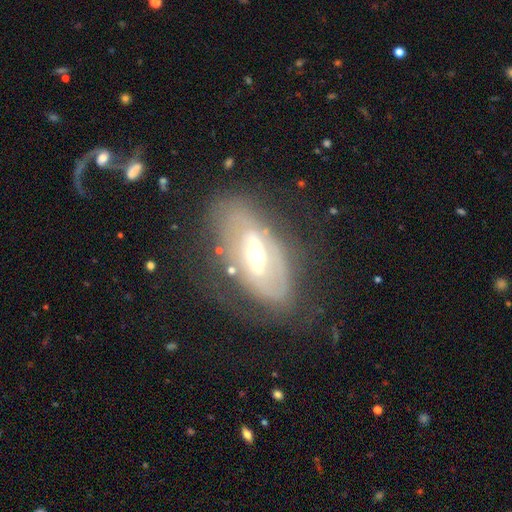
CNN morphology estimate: Overall: featured or disk (73%). Edge-on disk: no (85%). Bar: weak (37%; no 32%). Spiral arms: yes (52%; no 48%). Bulge size: moderate (65%). Merging: none (66%).